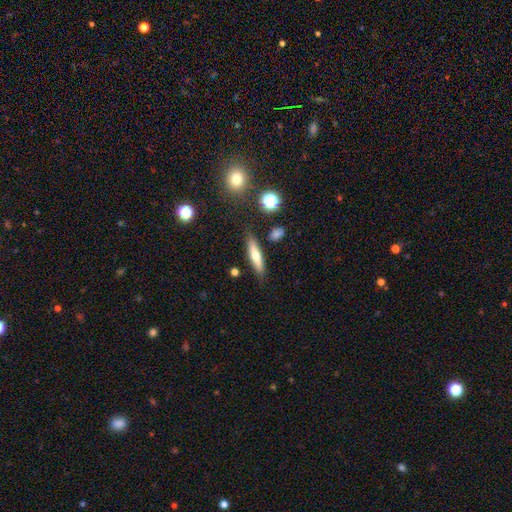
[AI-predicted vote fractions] Smooth or featured? smooth (57%)
How rounded? cigar-shaped (74%)
Merging? none (82%)